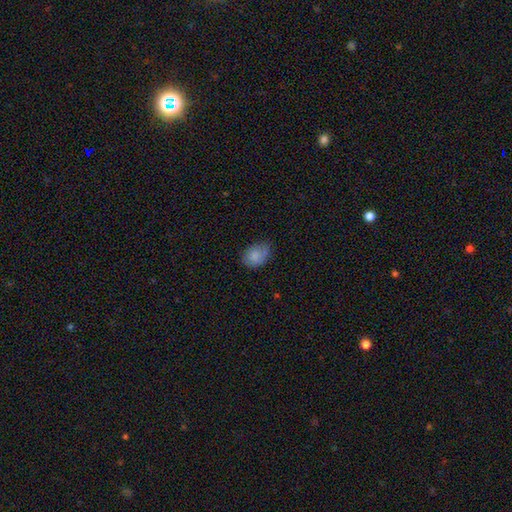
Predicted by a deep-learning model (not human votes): smooth-or-featured: smooth: 82% | featured or disk: 10% | star or artifact: 8%
  how-rounded: in between: 72% | round: 27% | cigar-shaped: 1%
  merging: none: 62% | minor disturbance: 29% | major disturbance: 7% | merger: 2%